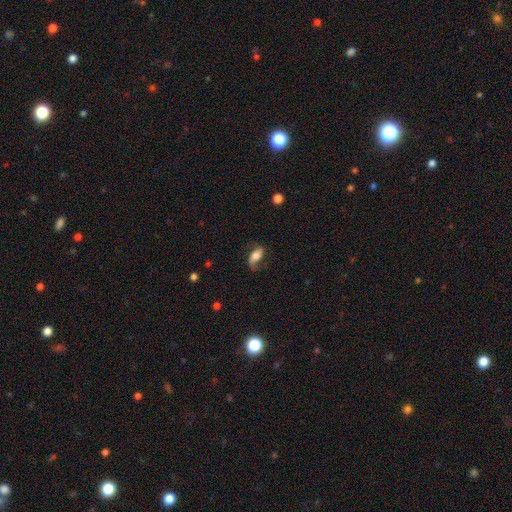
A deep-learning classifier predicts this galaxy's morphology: smooth-or-featured: featured or disk: 48% | smooth: 43% | star or artifact: 9%
  merging: none: 65% | minor disturbance: 22% | major disturbance: 12% | merger: 2%